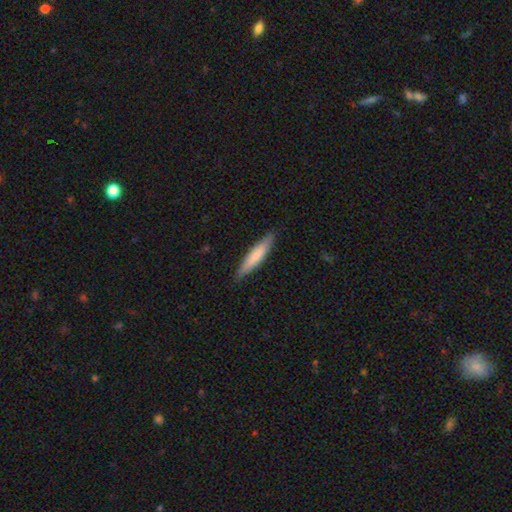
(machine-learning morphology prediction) smooth 71%, featured or disk 24%, star or artifact 5%. Down the decision tree: how rounded — cigar-shaped (87%); merging — none (88%).